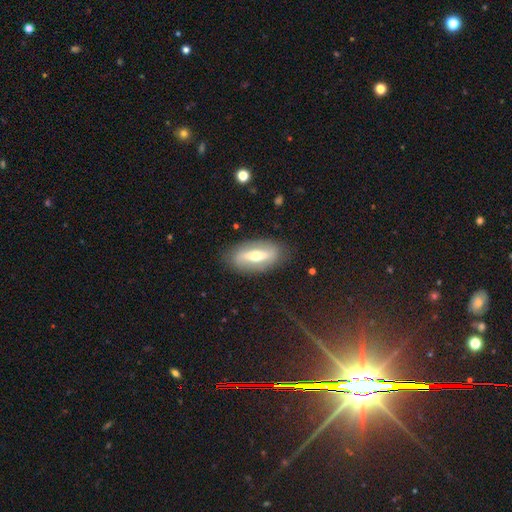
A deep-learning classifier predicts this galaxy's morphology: Smooth or featured?
  - featured or disk: 62% *
  - smooth: 31%
  - star or artifact: 7%
Edge-on disk?
  - no: 72% *
  - yes: 28%
Merging?
  - none: 84% *
  - minor disturbance: 11%
  - major disturbance: 4%
  - merger: 1%